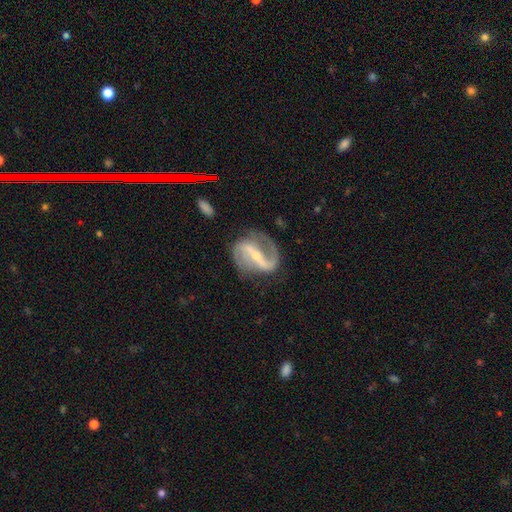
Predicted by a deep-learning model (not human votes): Q: Smooth or featured?
A: featured or disk (90%); runner-up: smooth (6%)
Q: Edge-on disk?
A: no (96%); runner-up: yes (4%)
Q: Bar?
A: strong (68%); runner-up: weak (24%)
Q: Spiral arms?
A: yes (95%); runner-up: no (5%)
Q: Spiral winding?
A: medium (49%); runner-up: loose (33%)
Q: Spiral arm count?
A: 2 (85%); runner-up: 1 (8%)
Q: Bulge size?
A: small (62%); runner-up: moderate (33%)
Q: Merging?
A: none (73%); runner-up: minor disturbance (15%)